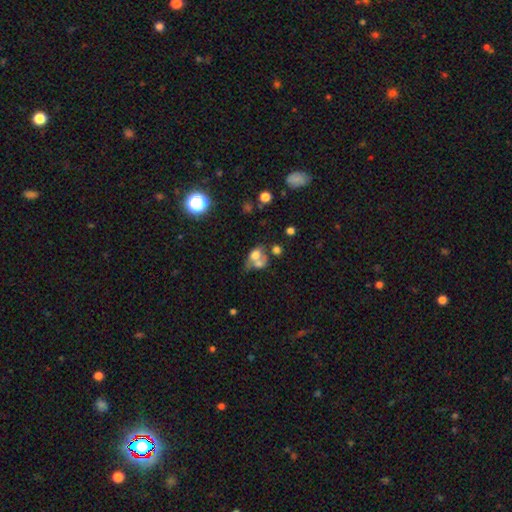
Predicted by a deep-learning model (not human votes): Smooth or featured? Predicted: smooth (p=0.58). How rounded? Predicted: in between (p=0.62). Merging? Predicted: merger (p=0.58).